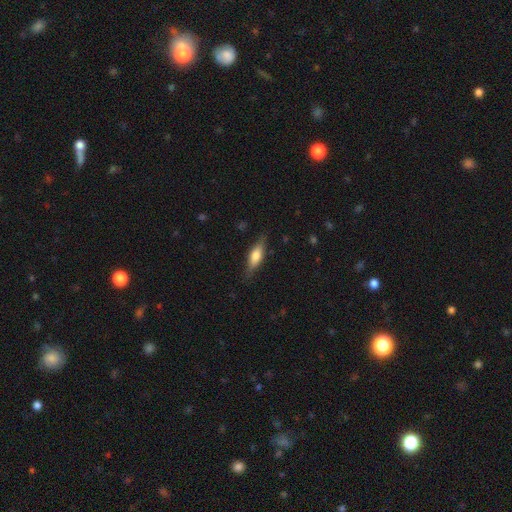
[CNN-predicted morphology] Smooth or featured? Predicted: smooth (p=0.58). How rounded? Predicted: in between (p=0.52). Merging? Predicted: none (p=0.81).